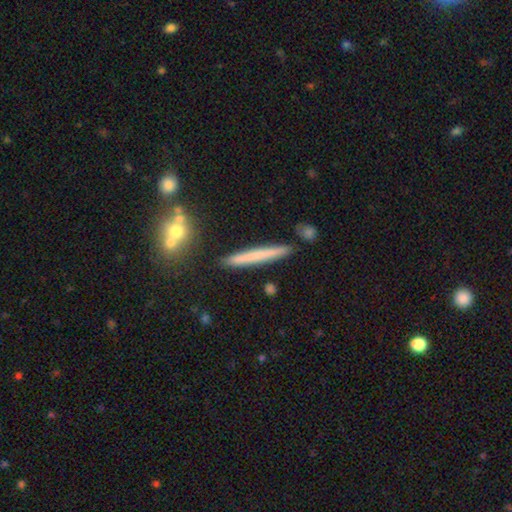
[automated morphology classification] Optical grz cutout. It shows a smooth galaxy with no disk features (60%) that is cigar-shaped (96%). Merging: none (88%).